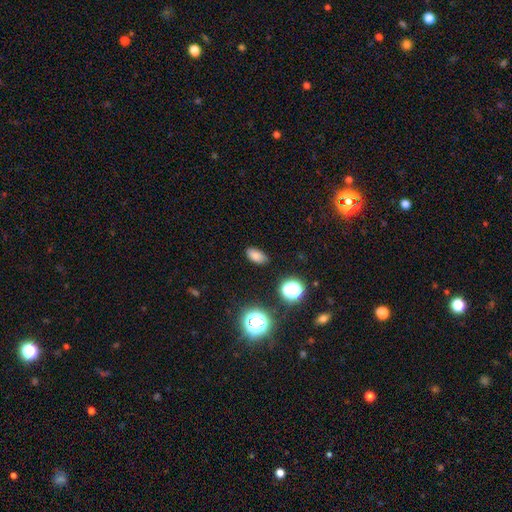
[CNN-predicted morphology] This appears to be a smooth galaxy with no disk features (78%) that is in between round and cigar-shaped (88%). Merging: none (83%).